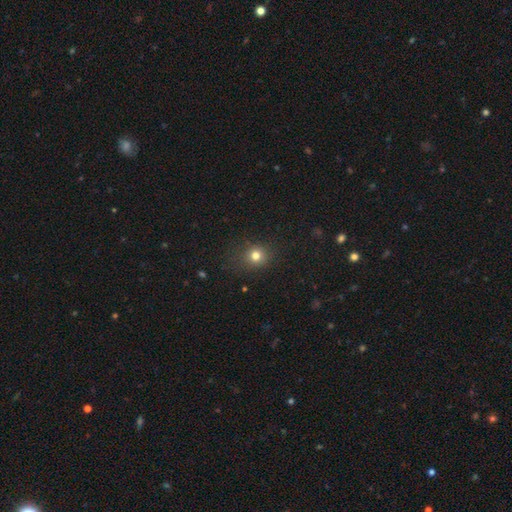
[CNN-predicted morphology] The model was most divided on "smooth or featured": smooth: 78%, star or artifact: 16%, featured or disk: 7%. More confident: merging — none (84%); how rounded — round (83%).